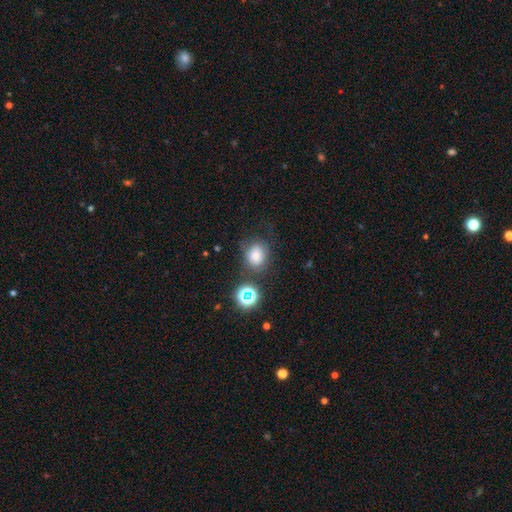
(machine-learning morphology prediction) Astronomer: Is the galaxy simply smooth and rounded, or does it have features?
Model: smooth — 68%.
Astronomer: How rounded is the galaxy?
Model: round — 56% (runner-up: in between, 43%).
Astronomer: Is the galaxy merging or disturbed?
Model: none — 63%.